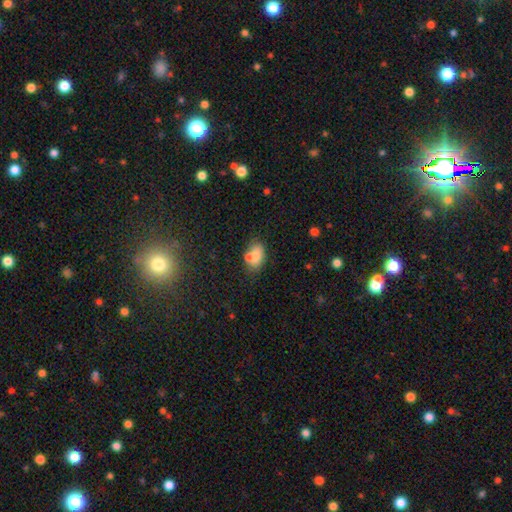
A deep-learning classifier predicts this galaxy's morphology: This appears to be a smooth galaxy with no disk features (75%) that is in between round and cigar-shaped (85%). Merging: none (49%).